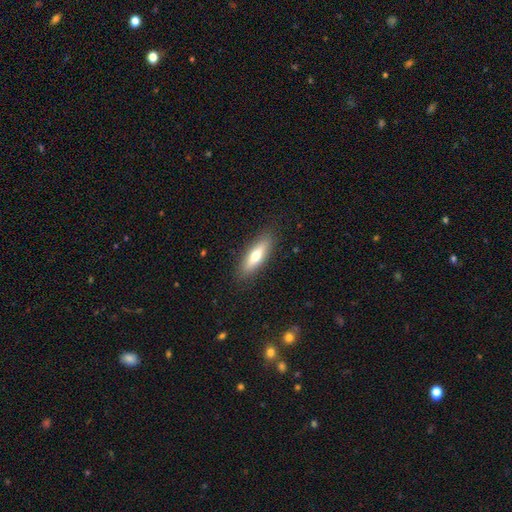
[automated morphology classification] Overall: smooth (63%; featured or disk 31%). How rounded: cigar-shaped (57%; in between 41%). Merging: none (88%).